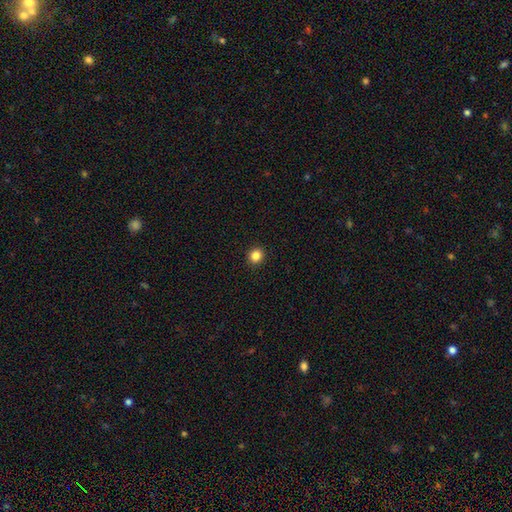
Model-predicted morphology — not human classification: This appears to be a smooth galaxy with no disk features (85%) that is round (84%). Merging: none (93%).